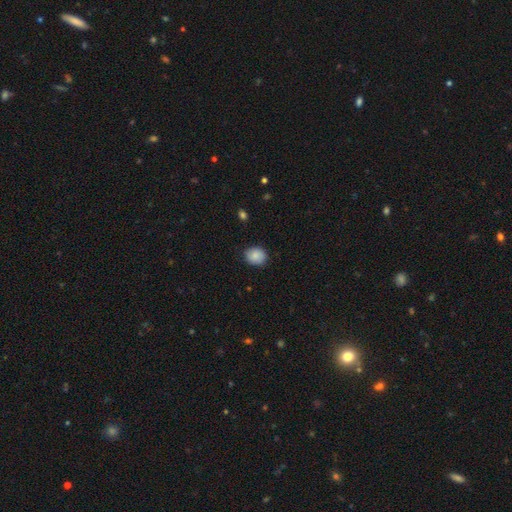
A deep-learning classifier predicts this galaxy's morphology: A smooth galaxy with no disk features (87%) that is round (63%). Merging: none (86%).